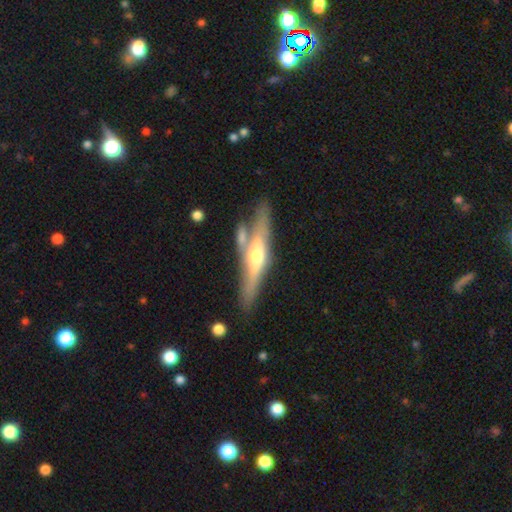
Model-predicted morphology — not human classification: Q: Smooth or featured?
A: featured or disk (68%); runner-up: smooth (26%)
Q: Edge-on disk?
A: yes (91%); runner-up: no (9%)
Q: Edge-on bulge?
A: rounded (90%); runner-up: none (5%)
Q: Merging?
A: none (69%); runner-up: minor disturbance (15%)